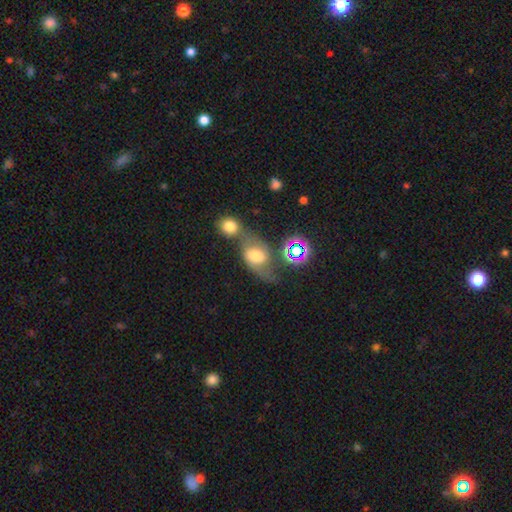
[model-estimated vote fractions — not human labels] smooth 47%, featured or disk 38%, star or artifact 15%. Down the decision tree: merging — merger (44%).